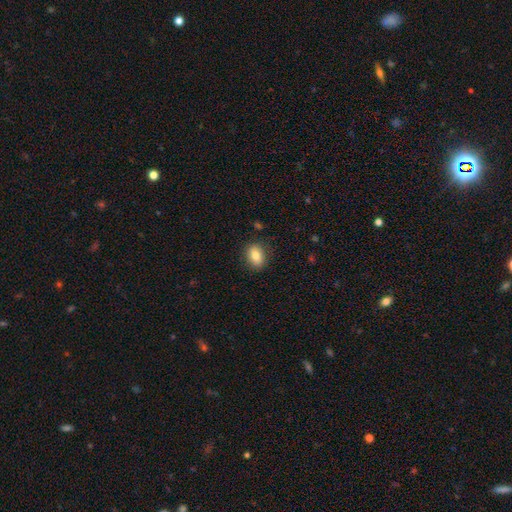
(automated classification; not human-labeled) smooth-or-featured: smooth: 79% | featured or disk: 12% | star or artifact: 9%
  how-rounded: in between: 64% | round: 34% | cigar-shaped: 2%
  merging: none: 85% | minor disturbance: 11% | major disturbance: 3% | merger: 1%